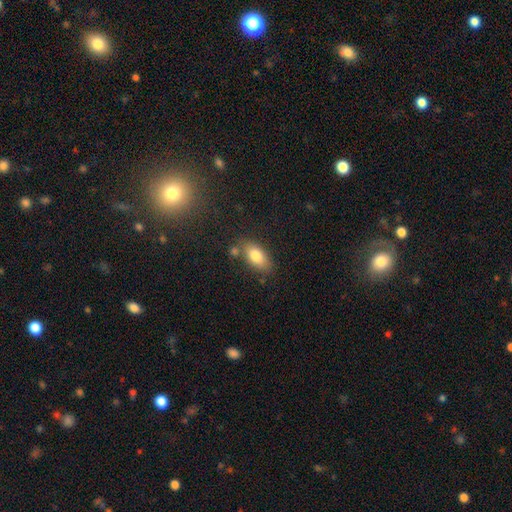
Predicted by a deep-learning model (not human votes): Smooth or featured? Predicted: smooth (p=0.81). How rounded? Predicted: in between (p=0.90). Merging? Predicted: none (p=0.72).